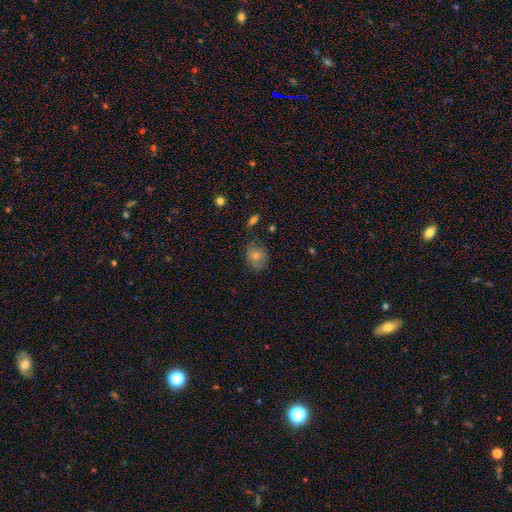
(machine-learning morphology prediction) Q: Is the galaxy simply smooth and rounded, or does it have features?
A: smooth — 59%.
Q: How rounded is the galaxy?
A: round — 63%.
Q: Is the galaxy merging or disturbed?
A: none — 71%.